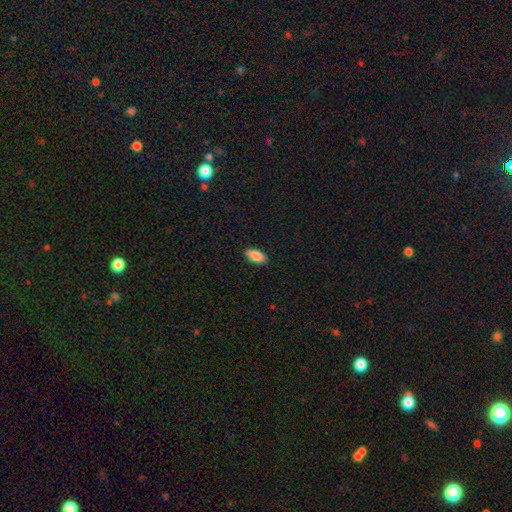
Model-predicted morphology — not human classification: A smooth galaxy with no disk features (84%) that is in between round and cigar-shaped (89%).

Vote fractions:
- Smooth or featured? smooth: 84% / featured or disk: 9% / star or artifact: 7%
- How rounded? in between: 89% / cigar-shaped: 9% / round: 3%
- Merging? none: 85% / minor disturbance: 12% / major disturbance: 2% / merger: 1%